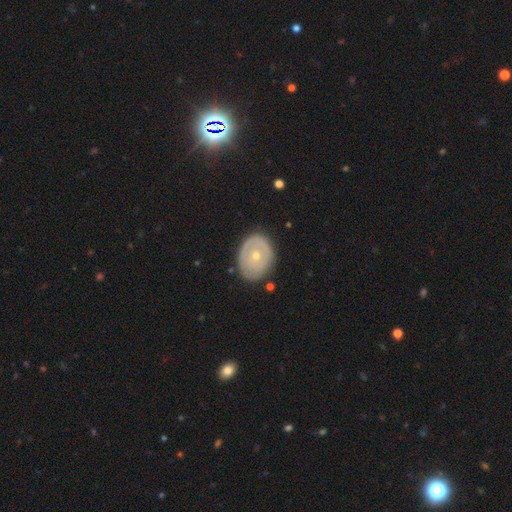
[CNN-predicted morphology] Smooth or featured? featured or disk (52%)
Edge-on disk? no (93%)
Merging? none (78%)